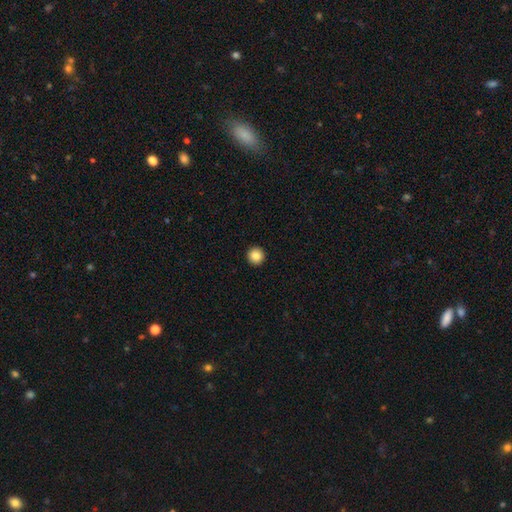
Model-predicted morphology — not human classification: Smooth or featured?
  - smooth: 87% *
  - star or artifact: 10%
  - featured or disk: 4%
How rounded?
  - round: 95% *
  - in between: 4%
  - cigar-shaped: 1%
Merging?
  - none: 94% *
  - minor disturbance: 4%
  - major disturbance: 1%
  - merger: 1%